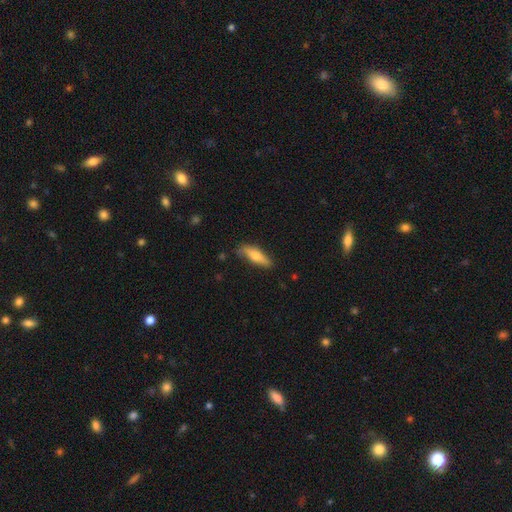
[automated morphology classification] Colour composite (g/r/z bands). It shows a smooth galaxy with no disk features (66%) that is cigar-shaped (54%). Merging: none (78%).